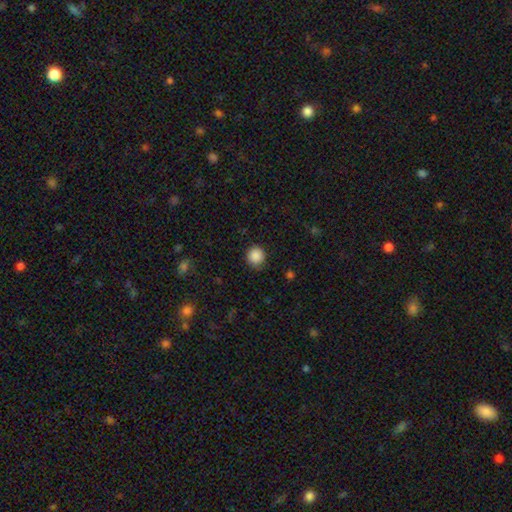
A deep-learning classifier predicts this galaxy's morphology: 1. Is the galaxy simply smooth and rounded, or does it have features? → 87% smooth, 10% star or artifact, 3% featured or disk.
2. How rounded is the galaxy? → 92% round, 7% in between, 1% cigar-shaped.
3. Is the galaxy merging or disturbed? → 86% none, 10% minor disturbance, 3% major disturbance, 1% merger.